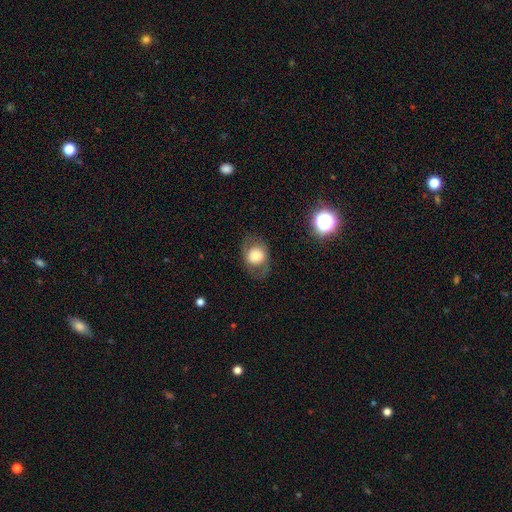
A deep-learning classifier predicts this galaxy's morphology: type=smooth (64%); roundness=round (53%); merging=none (71%).